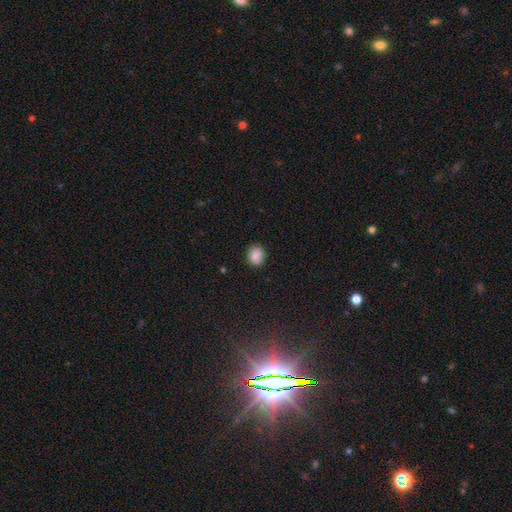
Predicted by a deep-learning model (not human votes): Morphology: type=smooth (86%); roundness=round (65%); merging=none (85%).